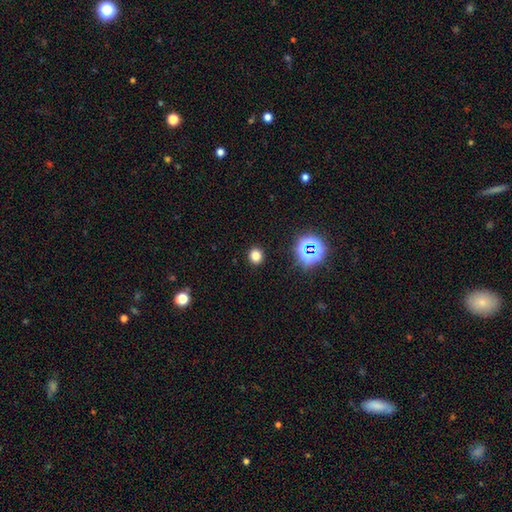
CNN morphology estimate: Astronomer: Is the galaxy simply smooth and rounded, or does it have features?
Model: smooth — 77%.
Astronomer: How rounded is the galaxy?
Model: round — 80%.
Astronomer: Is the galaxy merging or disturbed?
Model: none — 90%.